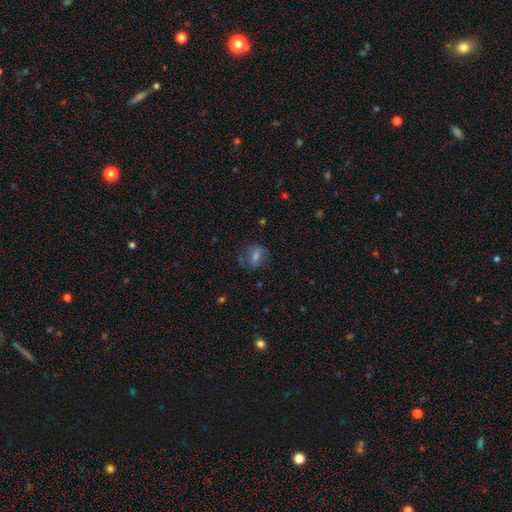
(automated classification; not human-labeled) Smooth or featured? smooth (50%)
Merging? none (68%)